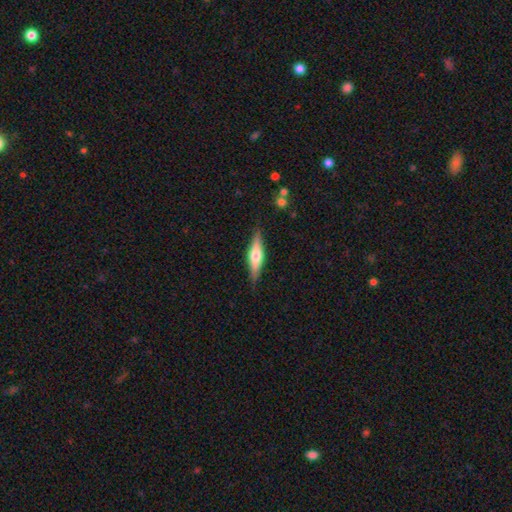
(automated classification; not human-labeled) This is likely a featured or disk galaxy (61%). It is clearly viewed edge-on (95%). Edge-on bulge: clearly rounded (91%). Merging: clearly none (87%).